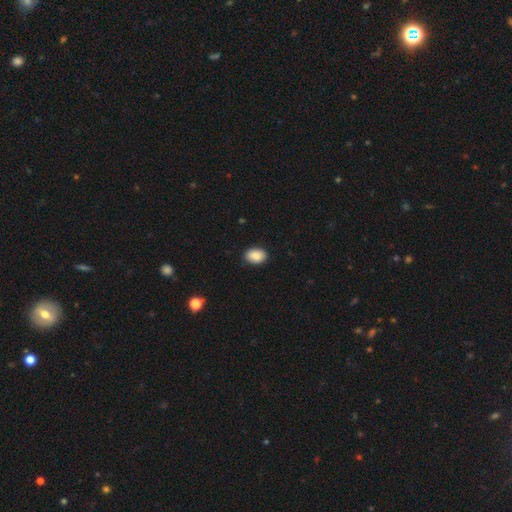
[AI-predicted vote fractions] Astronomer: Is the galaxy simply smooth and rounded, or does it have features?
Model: smooth — 89%.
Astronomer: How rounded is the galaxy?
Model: in between — 85%.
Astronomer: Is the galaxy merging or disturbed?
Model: none — 88%.